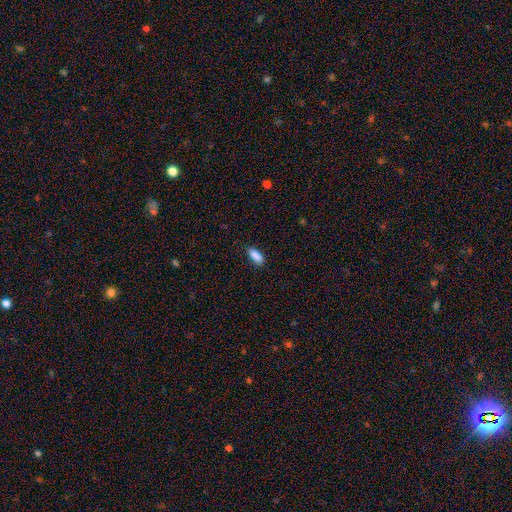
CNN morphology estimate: The model was most divided on "how rounded": in between: 75%, cigar-shaped: 23%, round: 2%. More confident: smooth or featured — smooth (88%); merging — none (80%).